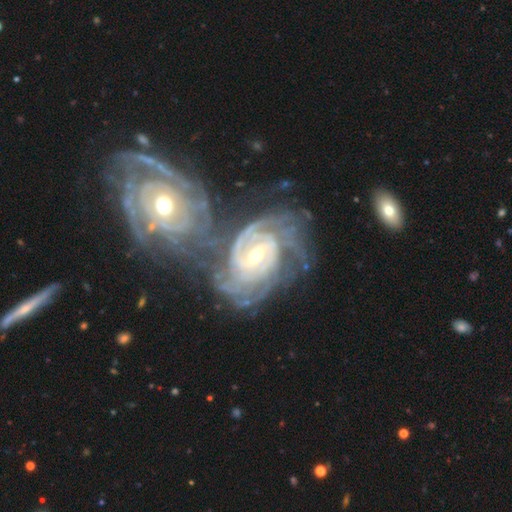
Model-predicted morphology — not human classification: type=featured or disk (91%); edge-on=no (97%); bar=weak (46%); spiral arms=yes (98%); winding=tight (72%); arm count=can't tell (26%); bulge=small (53%); merging=merger (48%).